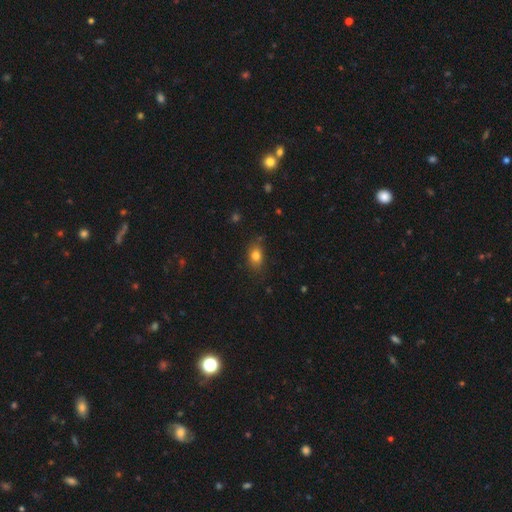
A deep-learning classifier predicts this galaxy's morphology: Smooth or featured? Predicted: smooth (p=0.80). How rounded? Predicted: in between (p=0.76). Merging? Predicted: none (p=0.77).